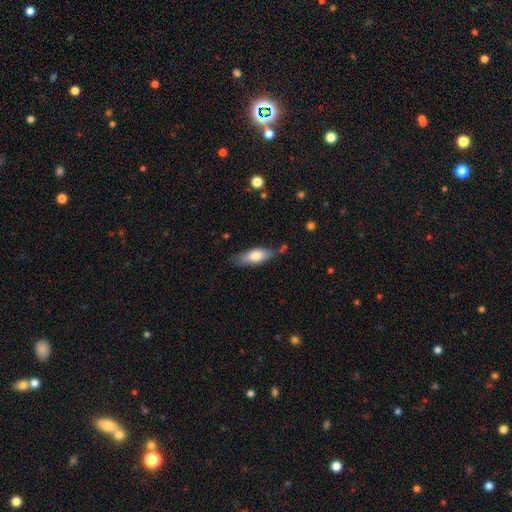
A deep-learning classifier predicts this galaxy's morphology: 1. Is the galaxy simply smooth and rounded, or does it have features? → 70% smooth, 24% featured or disk, 6% star or artifact.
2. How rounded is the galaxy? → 66% in between, 31% cigar-shaped, 2% round.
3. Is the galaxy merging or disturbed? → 67% none, 23% minor disturbance, 5% merger, 5% major disturbance.